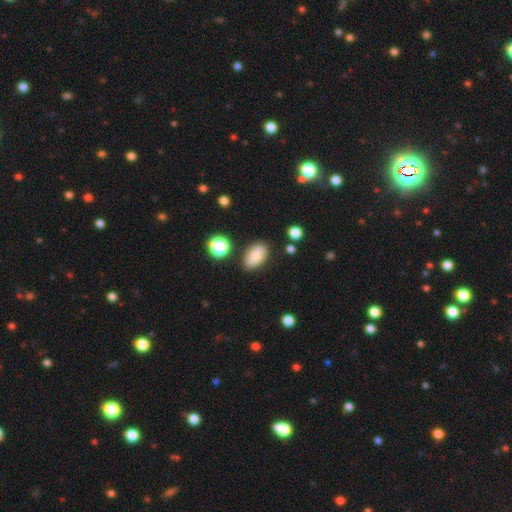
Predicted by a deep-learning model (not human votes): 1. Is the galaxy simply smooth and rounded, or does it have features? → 75% smooth, 14% featured or disk, 10% star or artifact.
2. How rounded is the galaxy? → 88% in between, 10% round, 2% cigar-shaped.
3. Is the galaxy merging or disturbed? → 80% none, 13% minor disturbance, 4% merger, 3% major disturbance.